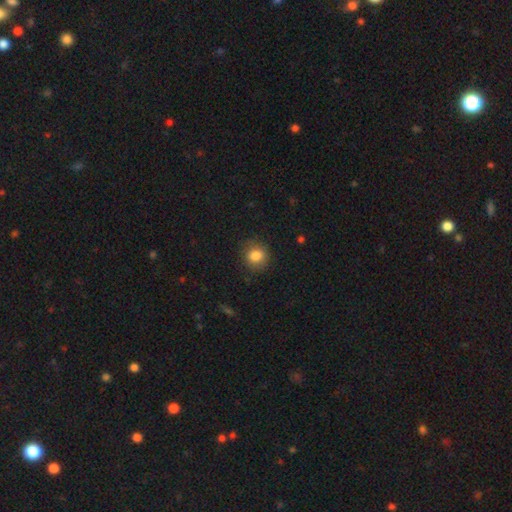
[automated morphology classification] Q: Smooth or featured?
A: smooth (84%); runner-up: star or artifact (10%)
Q: How rounded?
A: round (80%); runner-up: in between (19%)
Q: Merging?
A: none (84%); runner-up: minor disturbance (12%)